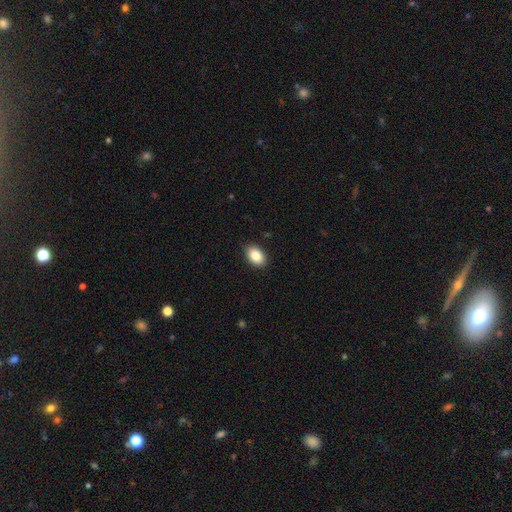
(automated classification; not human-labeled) Q: Smooth or featured?
A: smooth (87%); runner-up: star or artifact (7%)
Q: How rounded?
A: in between (87%); runner-up: round (12%)
Q: Merging?
A: none (89%); runner-up: minor disturbance (8%)